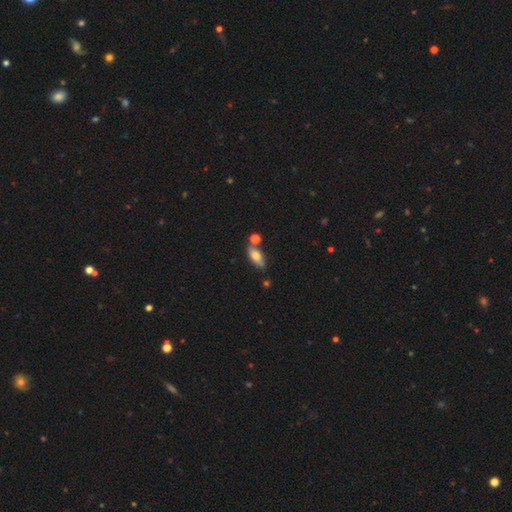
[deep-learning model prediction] This appears to be a smooth galaxy with no disk features (68%) that is in between round and cigar-shaped (76%). Merging: none (69%).